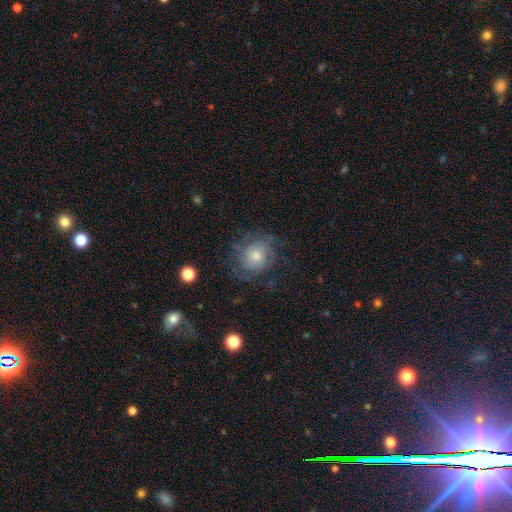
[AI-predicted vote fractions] Overall: featured or disk (53%; smooth 35%). Edge-on disk: no (97%). Bar: no (82%). Spiral arms: yes (79%). Bulge size: moderate (50%; small 36%). Merging: none (67%).